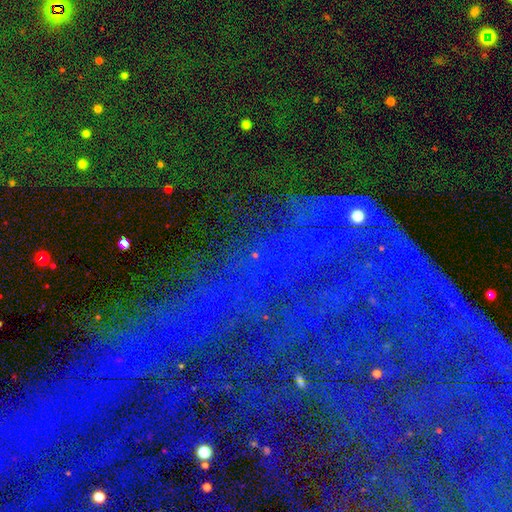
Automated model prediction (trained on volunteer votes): smooth-or-featured: star or artifact: 79% | featured or disk: 11% | smooth: 10%